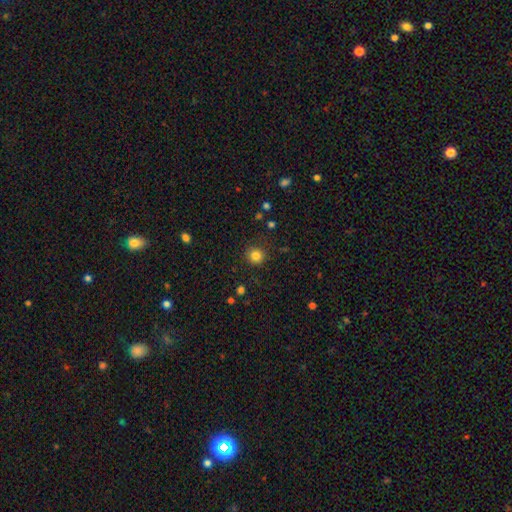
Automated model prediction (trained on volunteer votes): Smooth or featured: smooth — 83% (star or artifact — 12%)
How rounded: round — 92% (in between — 7%)
Merging: none — 88% (minor disturbance — 8%)